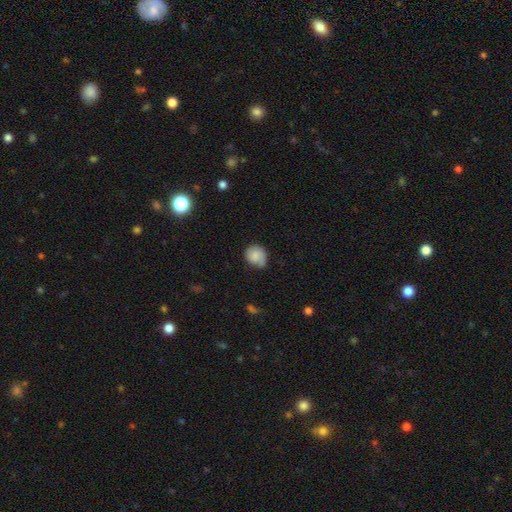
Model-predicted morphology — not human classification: Smooth or featured: smooth — 70% (featured or disk — 21%)
How rounded: round — 70% (in between — 29%)
Merging: none — 54% (minor disturbance — 33%)